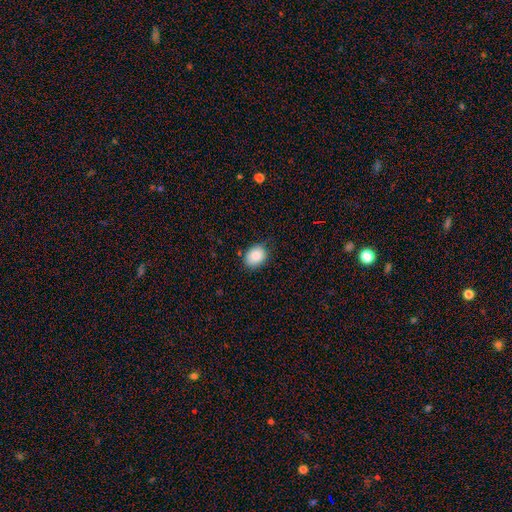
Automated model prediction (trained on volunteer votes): A smooth galaxy with no disk features (86%) that is in between round and cigar-shaped (57%).

Vote fractions:
- Smooth or featured? smooth: 86% / star or artifact: 8% / featured or disk: 6%
- How rounded? in between: 57% / round: 43% / cigar-shaped: 1%
- Merging? none: 77% / minor disturbance: 18% / major disturbance: 3% / merger: 1%